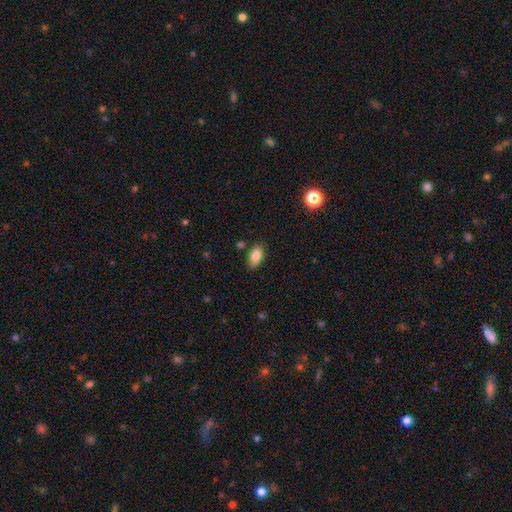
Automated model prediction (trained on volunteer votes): Smooth or featured? Predicted: smooth (p=0.85). How rounded? Predicted: in between (p=0.91). Merging? Predicted: none (p=0.82).